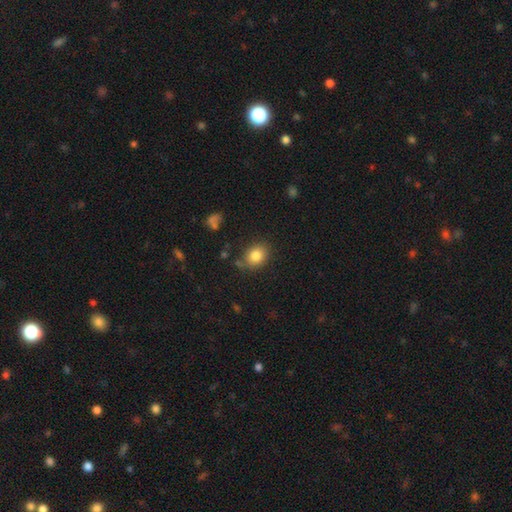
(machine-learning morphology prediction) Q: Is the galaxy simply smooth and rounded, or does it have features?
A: smooth — 83%.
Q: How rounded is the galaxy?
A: in between — 50%.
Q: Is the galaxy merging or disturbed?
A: none — 79%.